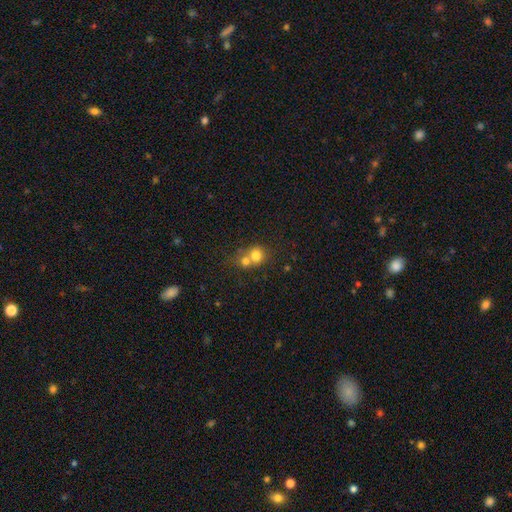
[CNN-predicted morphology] A smooth galaxy with no disk features (75%) that is round (82%).

Vote fractions:
- Smooth or featured? smooth: 75% / featured or disk: 13% / star or artifact: 12%
- How rounded? round: 82% / in between: 17% / cigar-shaped: 1%
- Merging? merger: 58% / none: 34% / minor disturbance: 6% / major disturbance: 3%